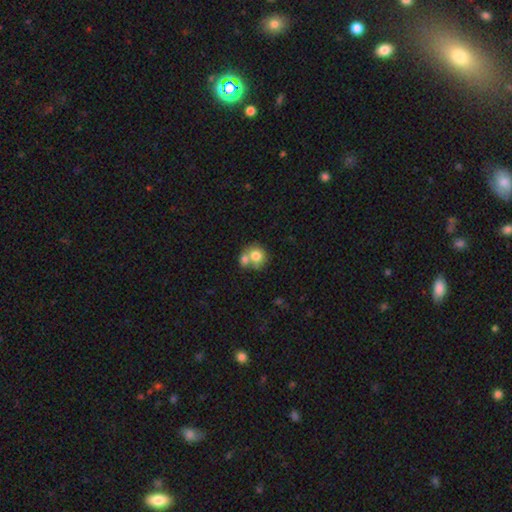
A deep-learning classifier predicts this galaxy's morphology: smooth 73%, featured or disk 18%, star or artifact 9%. Down the decision tree: how rounded — round (78%); merging — merger (51%).